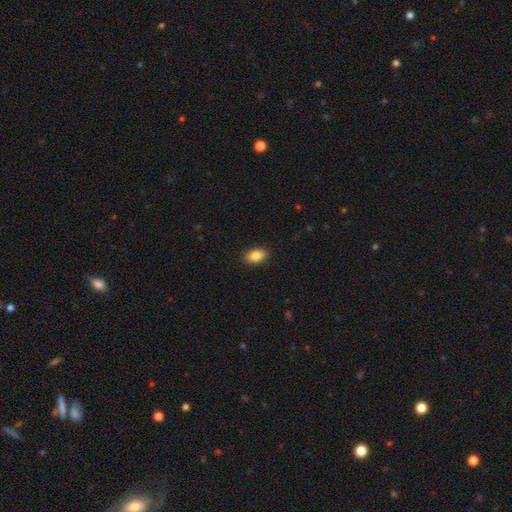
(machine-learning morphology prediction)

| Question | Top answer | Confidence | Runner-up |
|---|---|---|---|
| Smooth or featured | smooth | 86% | star or artifact (8%) |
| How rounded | in between | 90% | round (8%) |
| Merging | none | 89% | minor disturbance (8%) |